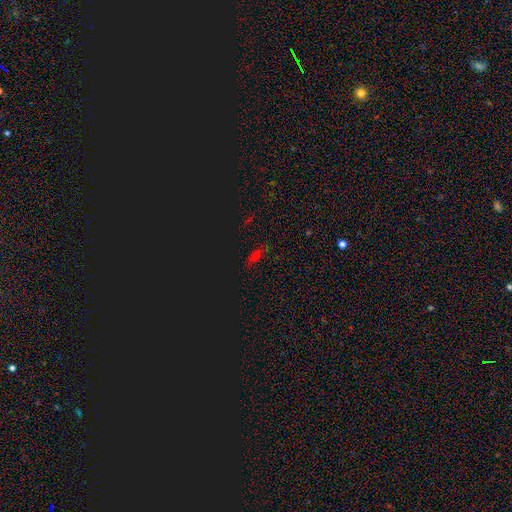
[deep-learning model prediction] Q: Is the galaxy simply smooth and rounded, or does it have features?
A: star or artifact — 46%.